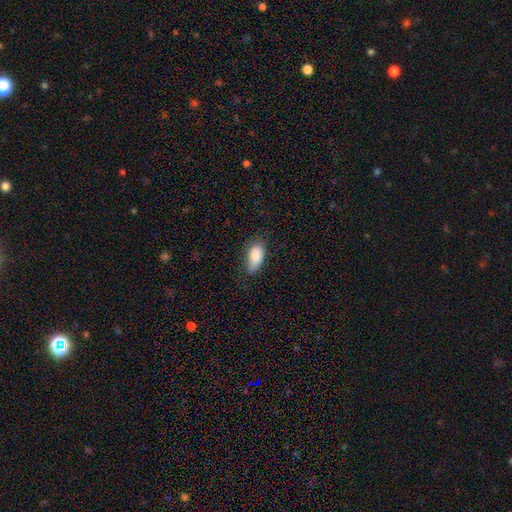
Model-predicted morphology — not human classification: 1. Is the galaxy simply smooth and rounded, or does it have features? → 85% smooth, 9% featured or disk, 7% star or artifact.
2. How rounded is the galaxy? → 91% in between, 6% cigar-shaped, 3% round.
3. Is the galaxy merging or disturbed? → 66% none, 26% minor disturbance, 6% major disturbance, 1% merger.